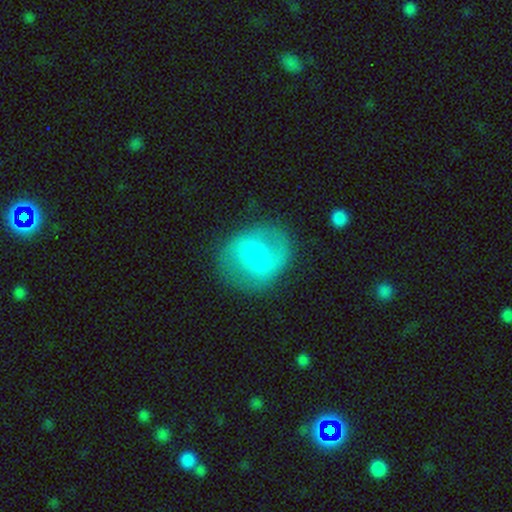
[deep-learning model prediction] Smooth or featured? Predicted: featured or disk (p=0.55). Edge-on disk? Predicted: no (p=0.97). Bar? Predicted: weak (p=0.50). Spiral arms? Predicted: yes (p=0.74). Bulge size? Predicted: small (p=0.46). Merging? Predicted: none (p=0.76).